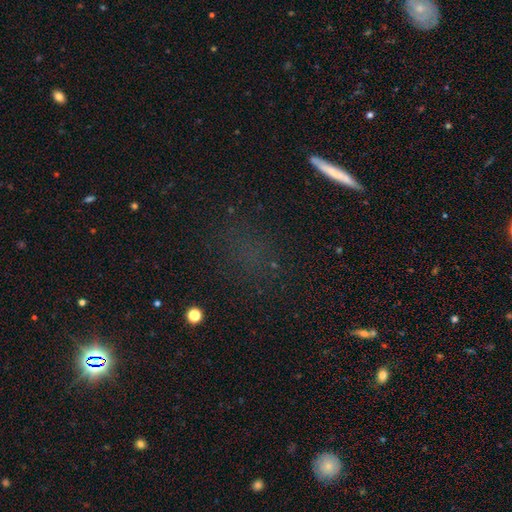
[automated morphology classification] This is possibly a star or artifact rather than a galaxy (49%).